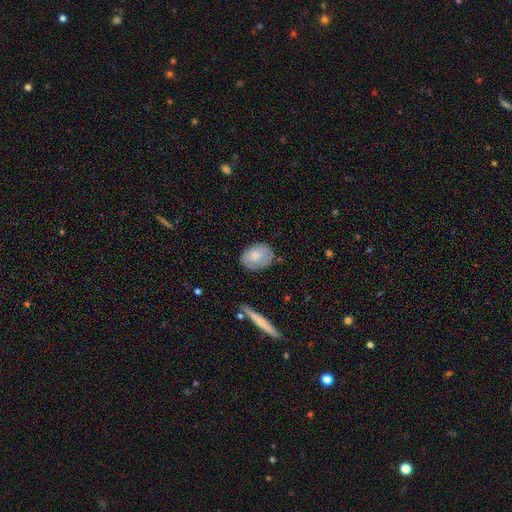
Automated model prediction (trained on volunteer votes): Smooth or featured? smooth (71%)
How rounded? in between (77%)
Merging? none (69%)